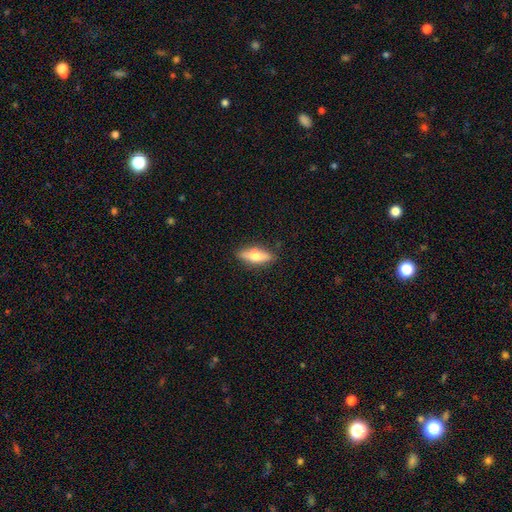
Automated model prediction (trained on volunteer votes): Smooth or featured? Predicted: smooth (p=0.58). How rounded? Predicted: in between (p=0.55). Merging? Predicted: none (p=0.84).